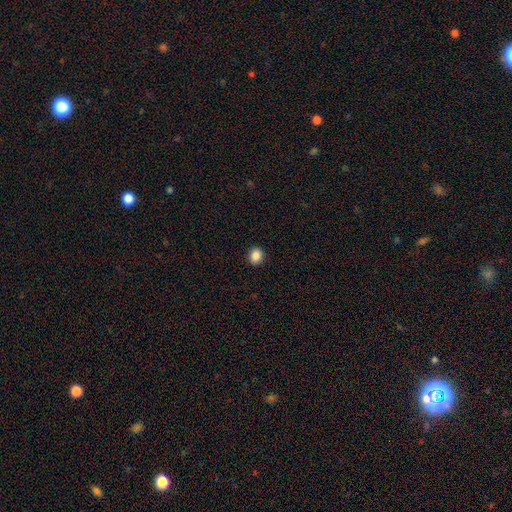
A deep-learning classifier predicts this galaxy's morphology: Q: Smooth or featured?
A: smooth (87%); runner-up: star or artifact (10%)
Q: How rounded?
A: round (67%); runner-up: in between (32%)
Q: Merging?
A: none (92%); runner-up: minor disturbance (6%)